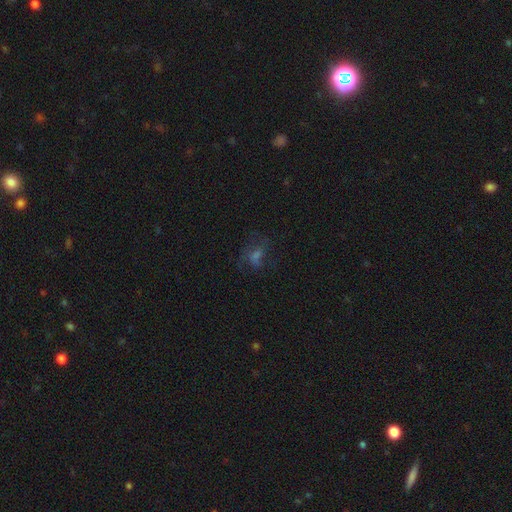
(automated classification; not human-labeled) smooth_or_featured: featured or disk (p=0.36) [alt: smooth p=0.33]
merging: none (p=0.58) [alt: major disturbance p=0.21]